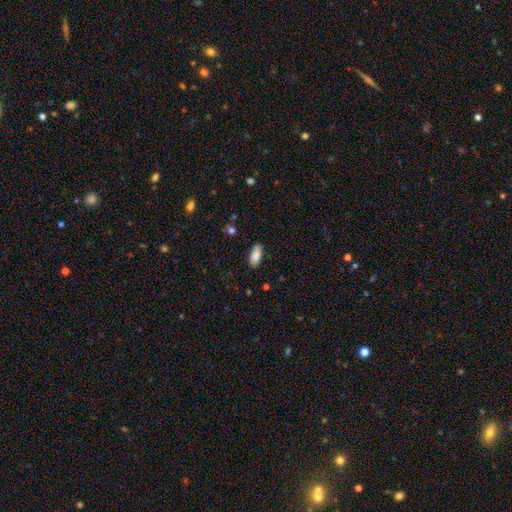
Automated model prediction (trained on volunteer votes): Overall: smooth (87%). How rounded: in between (86%). Merging: none (82%).